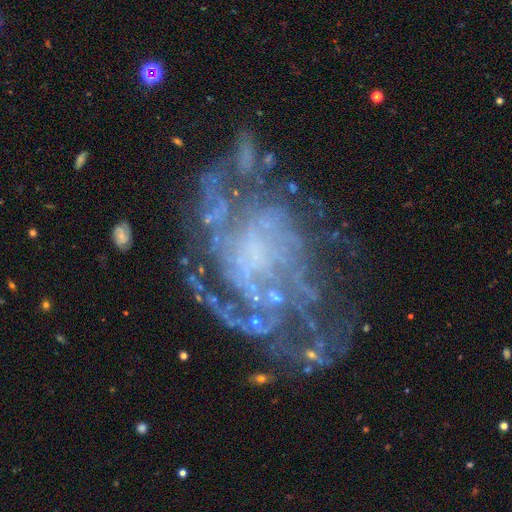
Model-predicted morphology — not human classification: A featured or disk galaxy (82%) with no bar (71%), tight (46%) spiral arms (79%) and no central bulge (56%).

Vote fractions:
- Smooth or featured? featured or disk: 82% / star or artifact: 10% / smooth: 7%
- Edge-on disk? no: 97% / yes: 3%
- Bar? no: 71% / weak: 23% / strong: 7%
- Spiral arms? yes: 79% / no: 21%
- Spiral winding? tight: 46% / medium: 36% / loose: 18%
- Spiral arm count? can't tell: 47% / 3: 13% / 2: 13% / 4: 11% / more than 4: 9% / 1: 7%
- Bulge size? none: 56% / small: 22% / moderate: 14% / large: 6% / dominant: 1%
- Merging? none: 51% / major disturbance: 26% / minor disturbance: 19% / merger: 4%